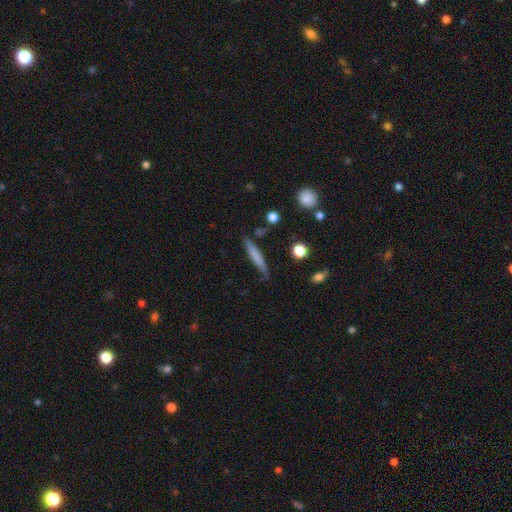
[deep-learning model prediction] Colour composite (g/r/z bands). It shows a smooth galaxy with no disk features (67%) that is cigar-shaped (93%). Merging: none (77%).